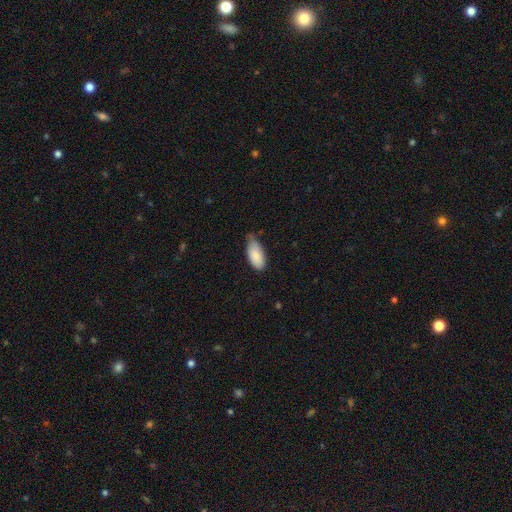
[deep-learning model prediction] Smooth or featured?
  - smooth: 87% *
  - featured or disk: 7%
  - star or artifact: 6%
How rounded?
  - in between: 91% *
  - cigar-shaped: 7%
  - round: 2%
Merging?
  - minor disturbance: 47% *
  - none: 43%
  - major disturbance: 8%
  - merger: 2%